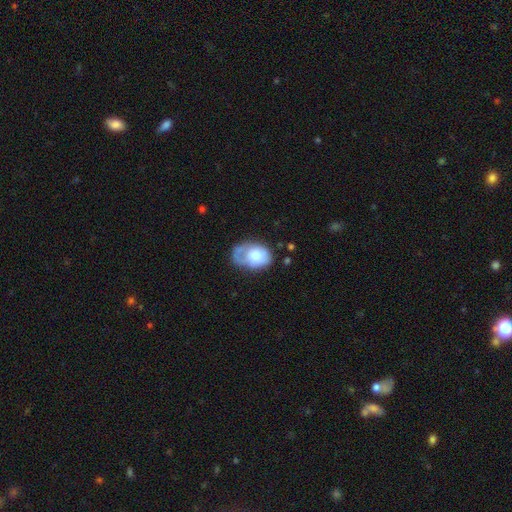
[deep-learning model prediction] smooth 61%, featured or disk 32%, star or artifact 6%. Down the decision tree: how rounded — in between (81%); merging — none (36%).